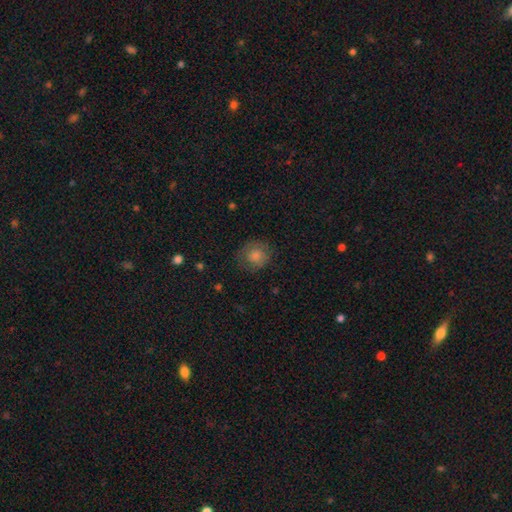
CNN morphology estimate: type=smooth (77%); roundness=round (82%); merging=none (74%).